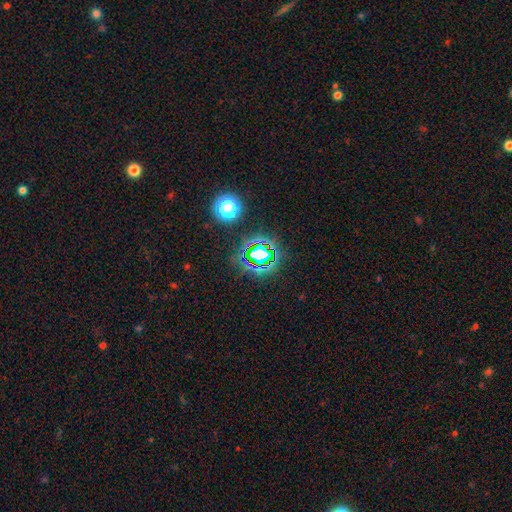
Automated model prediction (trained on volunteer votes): smooth_or_featured: star or artifact (p=0.68) [alt: smooth p=0.21]